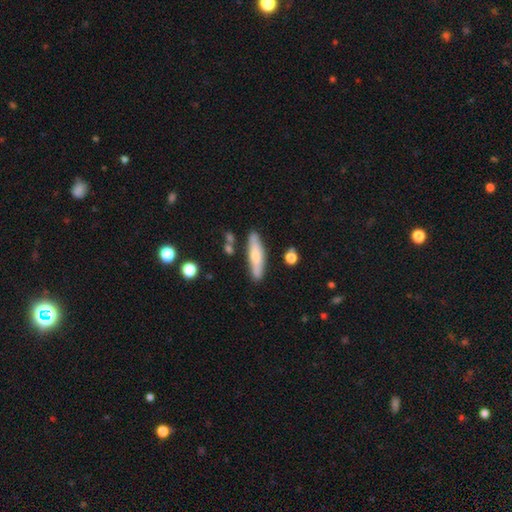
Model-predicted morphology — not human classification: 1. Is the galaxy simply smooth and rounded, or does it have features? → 64% smooth, 30% featured or disk, 6% star or artifact.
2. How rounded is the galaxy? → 74% cigar-shaped, 25% in between, 2% round.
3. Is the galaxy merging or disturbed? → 81% none, 12% minor disturbance, 4% merger, 2% major disturbance.